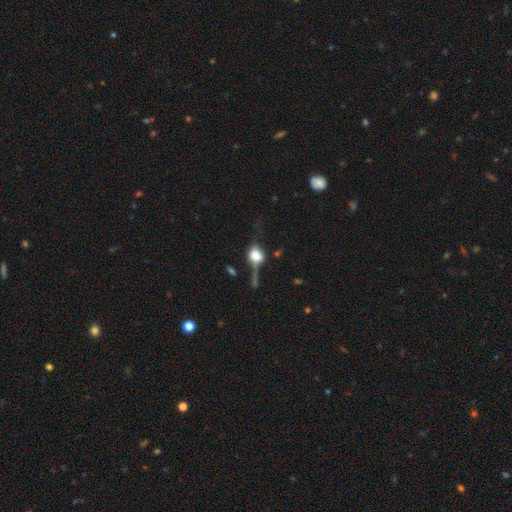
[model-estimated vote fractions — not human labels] This is possibly a smooth galaxy (48%). Merging: marginally none (41%).